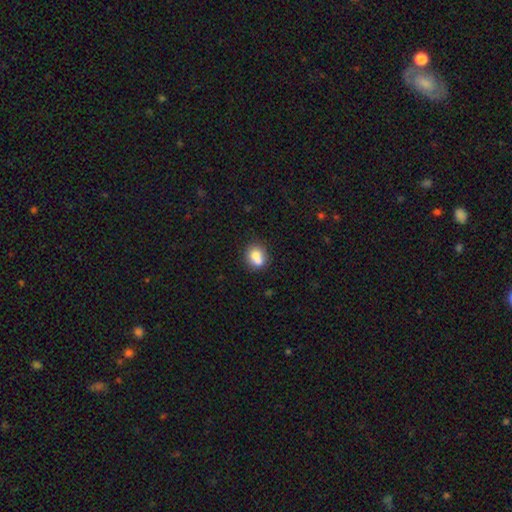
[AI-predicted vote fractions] Smooth or featured: smooth — 72% (featured or disk — 18%)
How rounded: round — 70% (in between — 29%)
Merging: merger — 46% (none — 41%)